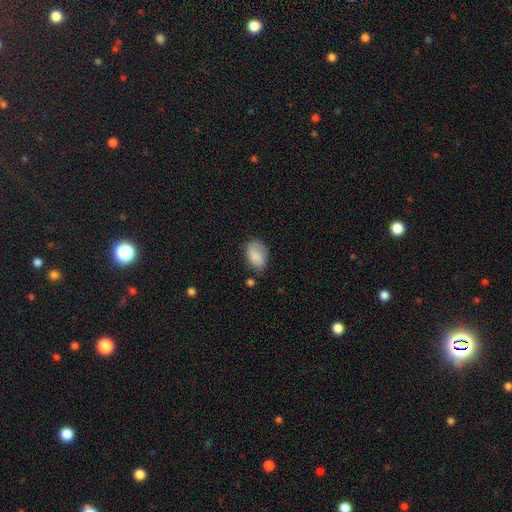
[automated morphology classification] Smooth or featured: smooth — 81% (featured or disk — 11%)
How rounded: in between — 86% (round — 13%)
Merging: none — 62% (minor disturbance — 27%)